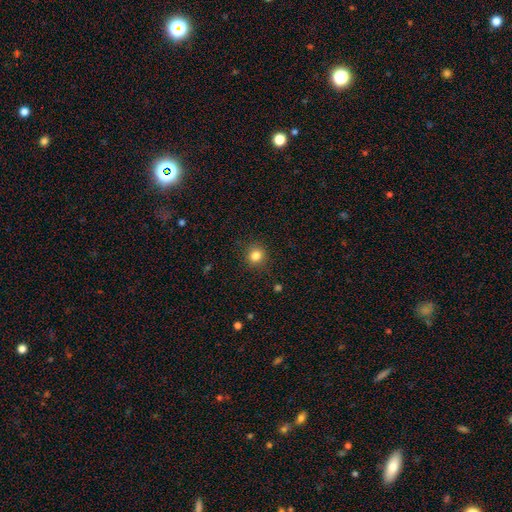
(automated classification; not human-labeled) Smooth or featured? Predicted: smooth (p=0.83). How rounded? Predicted: round (p=0.90). Merging? Predicted: none (p=0.89).